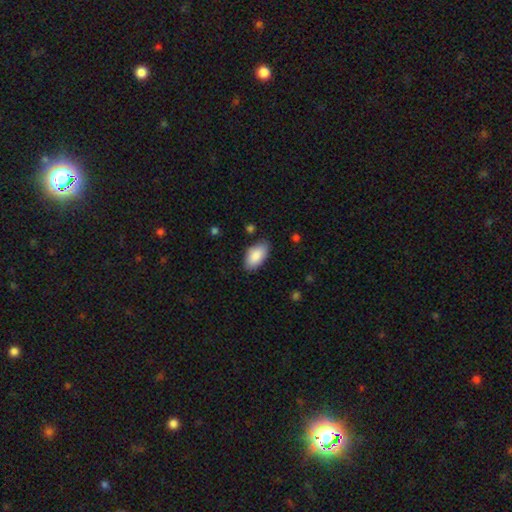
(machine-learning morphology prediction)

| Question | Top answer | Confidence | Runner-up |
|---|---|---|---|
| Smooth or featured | smooth | 88% | featured or disk (6%) |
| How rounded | in between | 94% | cigar-shaped (3%) |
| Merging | none | 82% | minor disturbance (14%) |